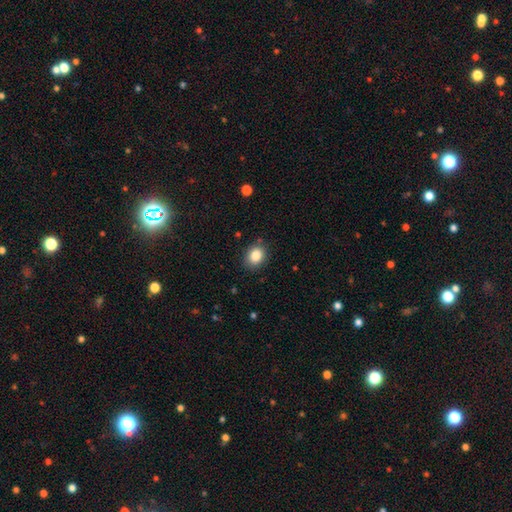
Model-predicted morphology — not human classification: The model was most divided on "how rounded": in between: 52%, round: 47%, cigar-shaped: 1%. More confident: smooth or featured — smooth (85%); merging — none (84%).